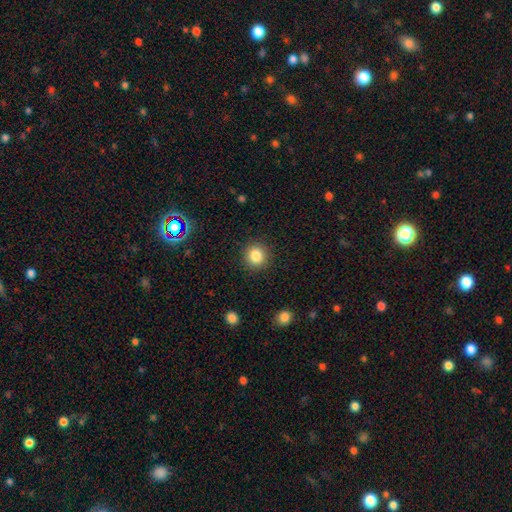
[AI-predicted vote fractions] A smooth galaxy with no disk features (84%) that is round (91%).

Vote fractions:
- Smooth or featured? smooth: 84% / star or artifact: 11% / featured or disk: 6%
- How rounded? round: 91% / in between: 8% / cigar-shaped: 1%
- Merging? none: 91% / minor disturbance: 6% / major disturbance: 2% / merger: 1%